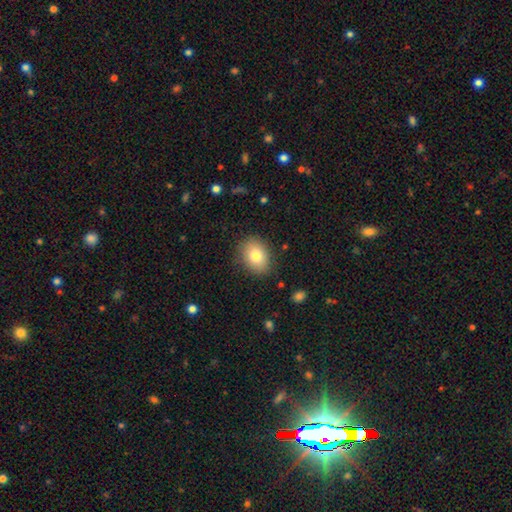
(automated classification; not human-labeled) The model was most divided on "how rounded": in between: 68%, round: 32%, cigar-shaped: 1%. More confident: merging — none (85%); smooth or featured — smooth (80%).